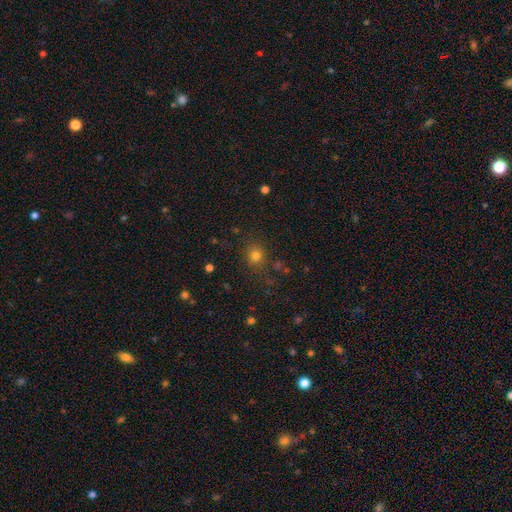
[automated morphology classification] This is likely a smooth galaxy (75%). How rounded: clearly round (81%). Merging: clearly none (82%).